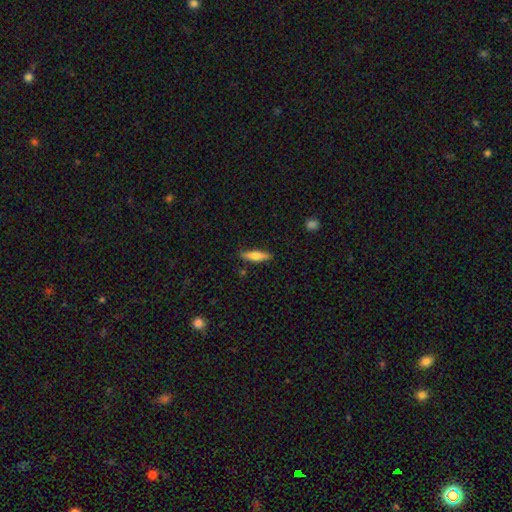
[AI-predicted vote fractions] This is likely a smooth galaxy (65%). How rounded: likely cigar-shaped (70%). Merging: clearly none (86%).